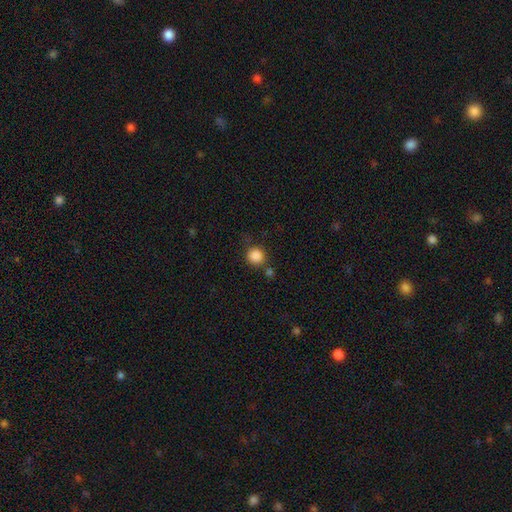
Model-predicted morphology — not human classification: A smooth galaxy with no disk features (86%) that is round (91%).

Vote fractions:
- Smooth or featured? smooth: 86% / star or artifact: 11% / featured or disk: 3%
- How rounded? round: 91% / in between: 8% / cigar-shaped: 1%
- Merging? none: 73% / minor disturbance: 12% / merger: 9% / major disturbance: 5%